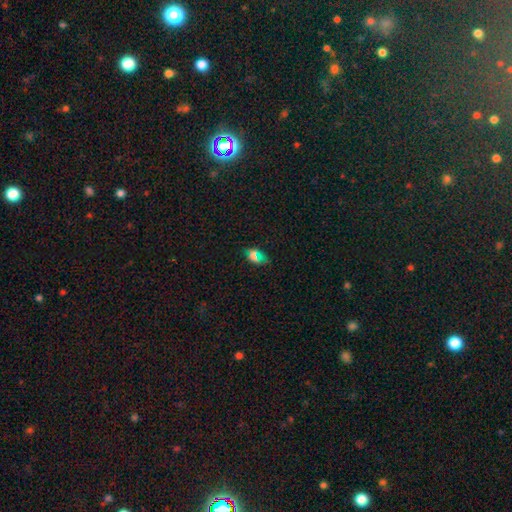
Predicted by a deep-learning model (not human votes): smooth 58%, star or artifact 31%, featured or disk 11%. Down the decision tree: how rounded — in between (80%); merging — none (76%).